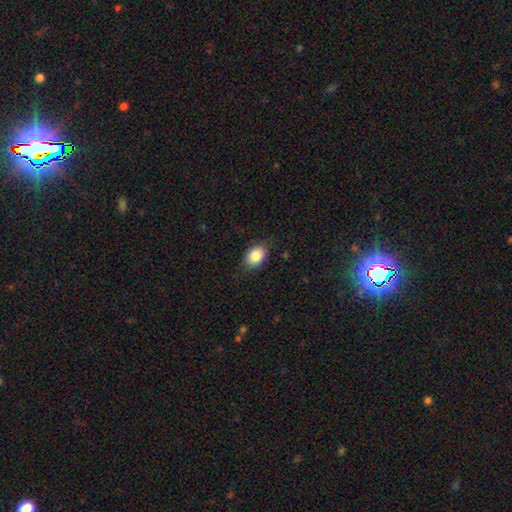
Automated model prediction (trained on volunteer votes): Overall: smooth (86%). How rounded: in between (77%). Merging: none (81%).